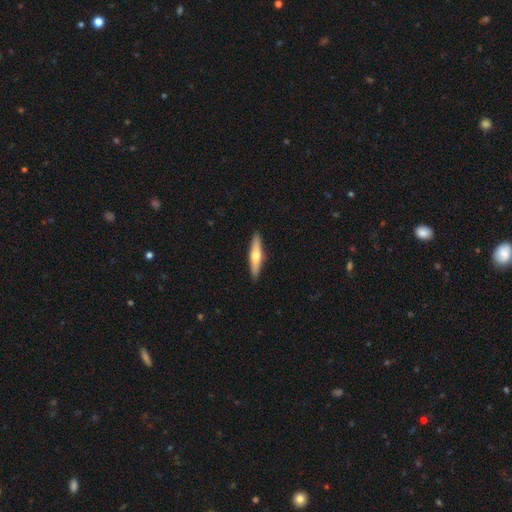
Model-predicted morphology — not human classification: A smooth galaxy with no disk features (48%). Merging: none (91%).